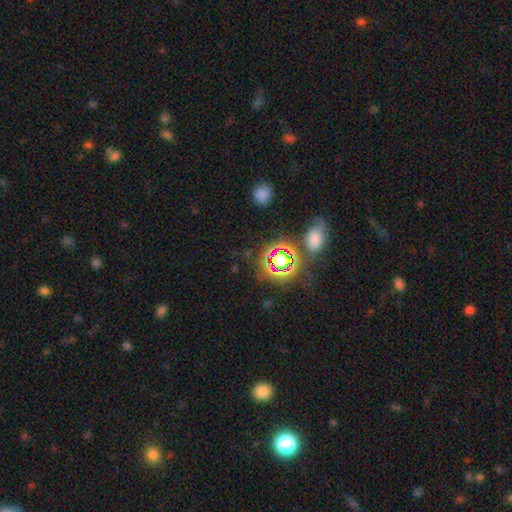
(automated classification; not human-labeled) Morphology: type=star or artifact (71%).